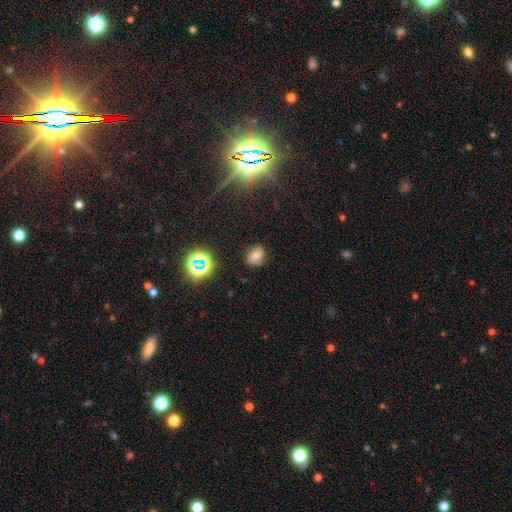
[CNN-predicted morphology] The model was most divided on "smooth or featured": smooth: 48%, featured or disk: 34%, star or artifact: 18%. More confident: merging — none (74%).